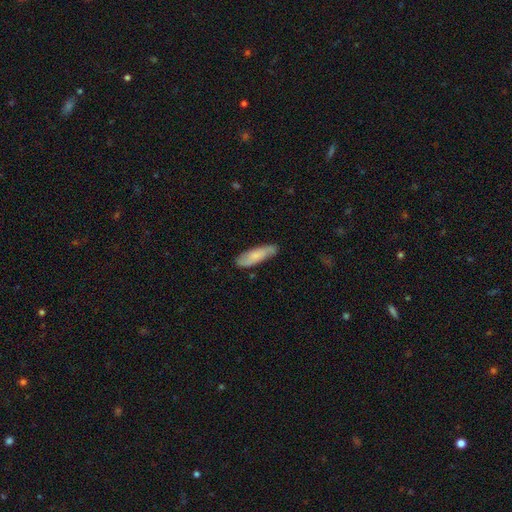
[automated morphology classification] smooth_or_featured: smooth (p=0.67) [alt: featured or disk p=0.27]
how_rounded: cigar-shaped (p=0.59) [alt: in between p=0.39]
merging: none (p=0.80) [alt: minor disturbance p=0.16]